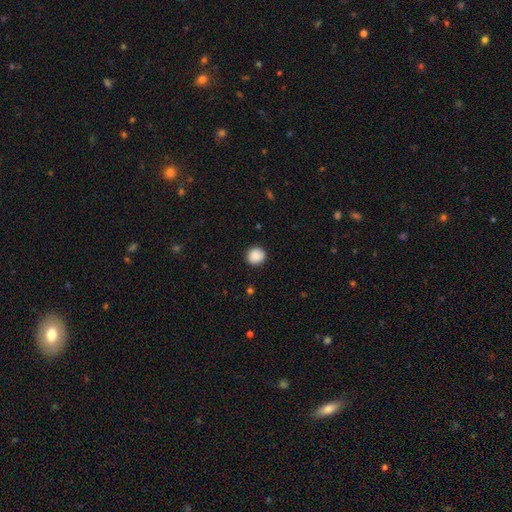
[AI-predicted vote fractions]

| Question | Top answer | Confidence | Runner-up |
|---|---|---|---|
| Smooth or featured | smooth | 88% | star or artifact (8%) |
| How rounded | round | 92% | in between (7%) |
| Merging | none | 90% | minor disturbance (7%) |